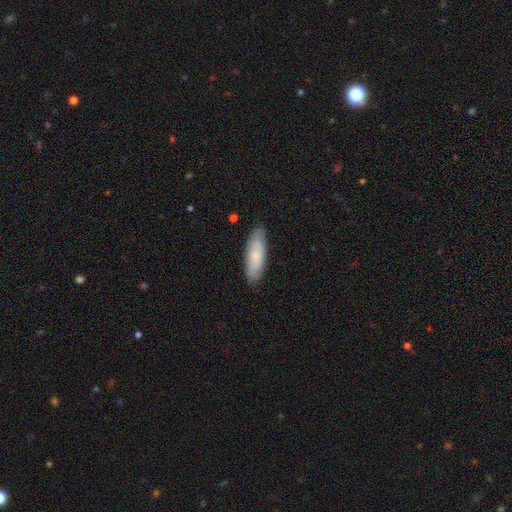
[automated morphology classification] This appears to be a smooth galaxy with no disk features (73%) that is cigar-shaped (49%, tied with in between). Merging: none (85%).